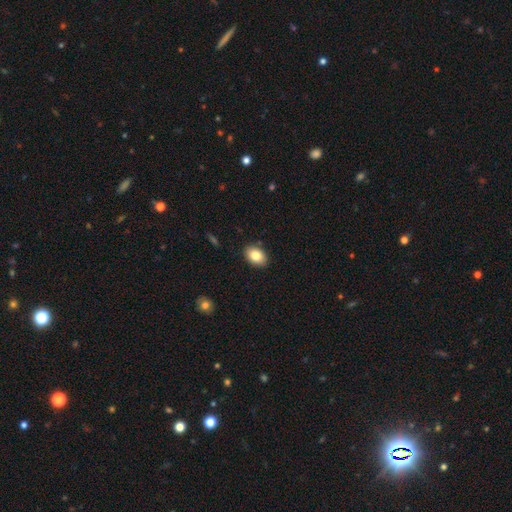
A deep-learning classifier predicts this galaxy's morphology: smooth_or_featured: smooth (p=0.84) [alt: featured or disk p=0.08]
how_rounded: in between (p=0.82) [alt: round p=0.17]
merging: none (p=0.88) [alt: minor disturbance p=0.09]